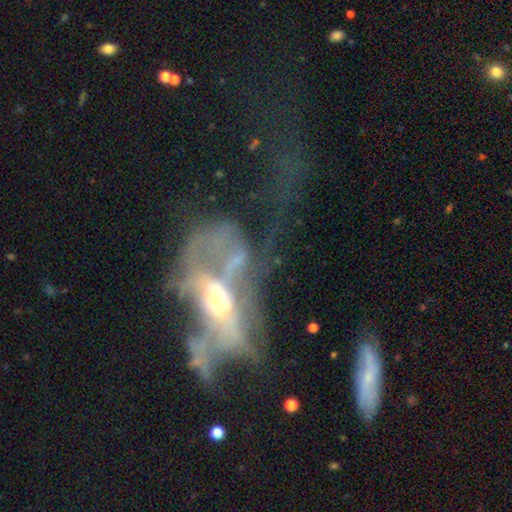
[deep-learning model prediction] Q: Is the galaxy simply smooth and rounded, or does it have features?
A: featured or disk — 71%.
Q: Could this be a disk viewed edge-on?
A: no — 89%.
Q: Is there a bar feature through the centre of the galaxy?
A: no — 67%.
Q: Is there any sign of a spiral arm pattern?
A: no — 63%.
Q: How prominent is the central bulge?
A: moderate — 63%.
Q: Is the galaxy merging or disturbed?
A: major disturbance — 54%.